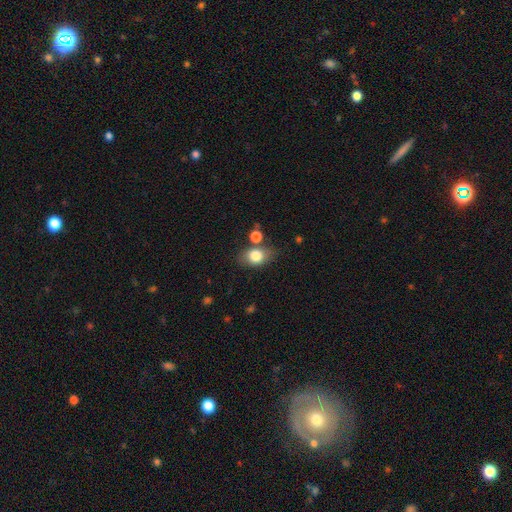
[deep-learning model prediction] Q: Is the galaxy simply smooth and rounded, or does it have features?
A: smooth — 79%.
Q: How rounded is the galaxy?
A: in between — 71%.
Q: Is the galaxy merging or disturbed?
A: none — 69%.